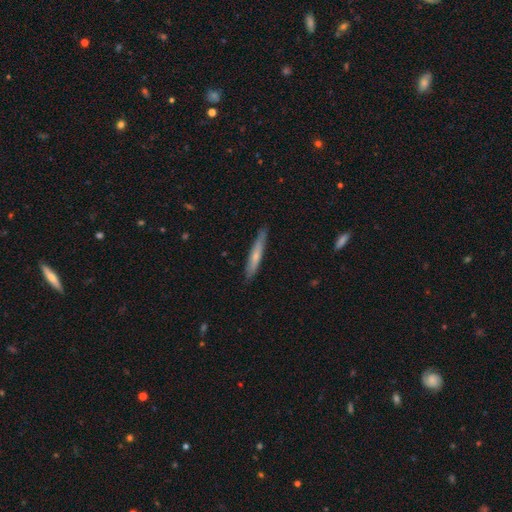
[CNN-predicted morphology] Smooth or featured? smooth (55%)
How rounded? cigar-shaped (94%)
Merging? none (86%)